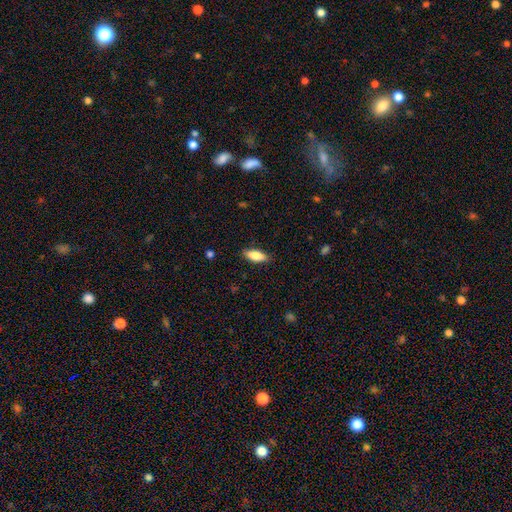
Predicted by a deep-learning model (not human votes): smooth 83%, featured or disk 10%, star or artifact 6%. Down the decision tree: how rounded — in between (76%); merging — none (87%).